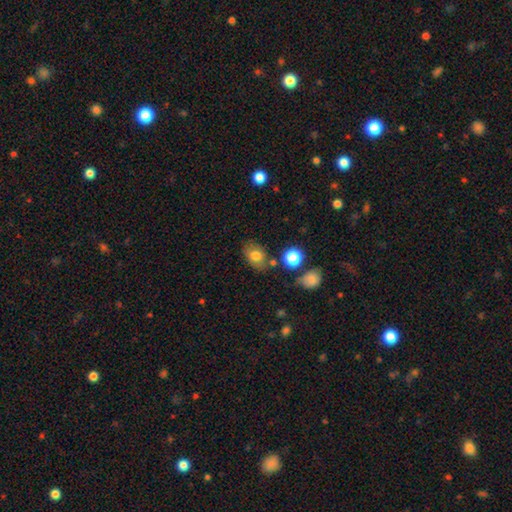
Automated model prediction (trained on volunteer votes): Smooth or featured? smooth (76%)
How rounded? in between (72%)
Merging? none (73%)